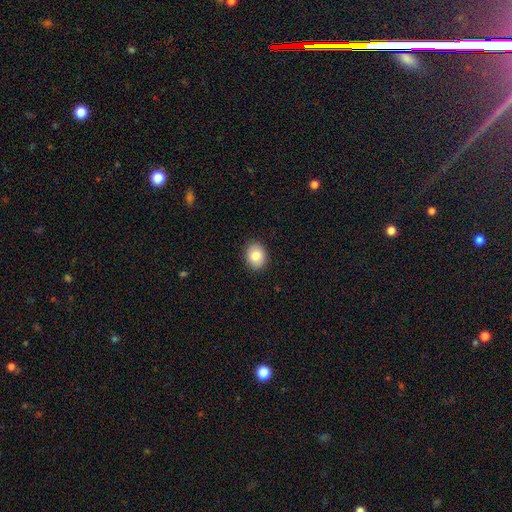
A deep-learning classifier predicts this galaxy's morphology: smooth_or_featured: smooth (p=0.83) [alt: featured or disk p=0.09]
how_rounded: round (p=0.51) [alt: in between p=0.48]
merging: none (p=0.90) [alt: minor disturbance p=0.07]